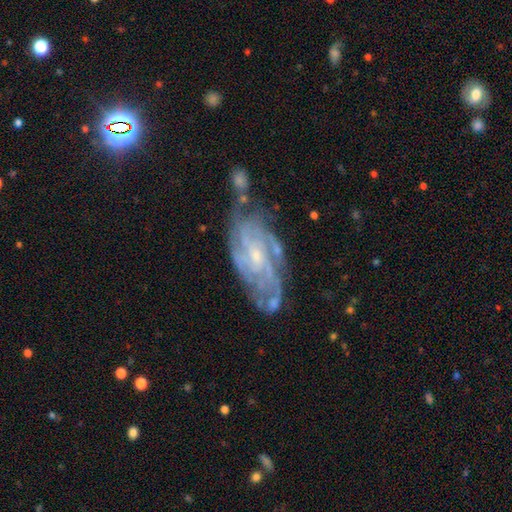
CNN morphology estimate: Smooth or featured? featured or disk (83%)
Edge-on disk? no (94%)
Bar? no (57%)
Spiral arms? yes (94%)
Spiral winding? tight (60%)
Spiral arm count? can't tell (37%)
Bulge size? small (72%)
Merging? none (56%)